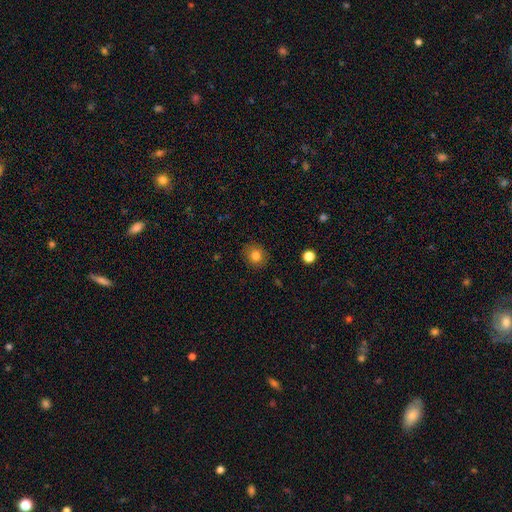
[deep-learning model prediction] Smooth or featured? smooth (80%)
How rounded? round (82%)
Merging? none (88%)